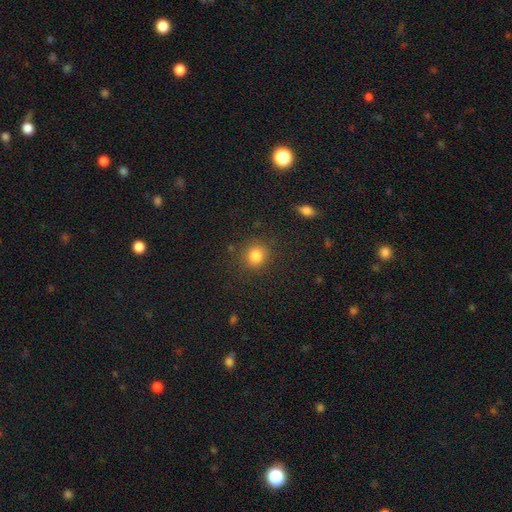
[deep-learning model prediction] Q: Smooth or featured?
A: smooth (83%); runner-up: star or artifact (12%)
Q: How rounded?
A: round (86%); runner-up: in between (13%)
Q: Merging?
A: none (86%); runner-up: minor disturbance (9%)